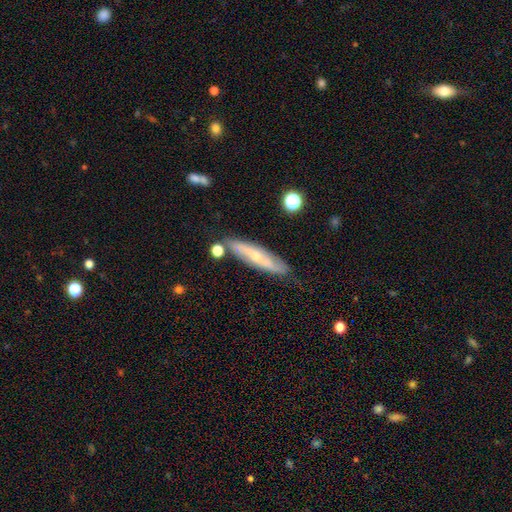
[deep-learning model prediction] smooth_or_featured: featured or disk (p=0.57) [alt: smooth p=0.36]
disk_edge_on: yes (p=0.50) [tied with: no p=0.50]
merging: none (p=0.78) [alt: minor disturbance p=0.15]